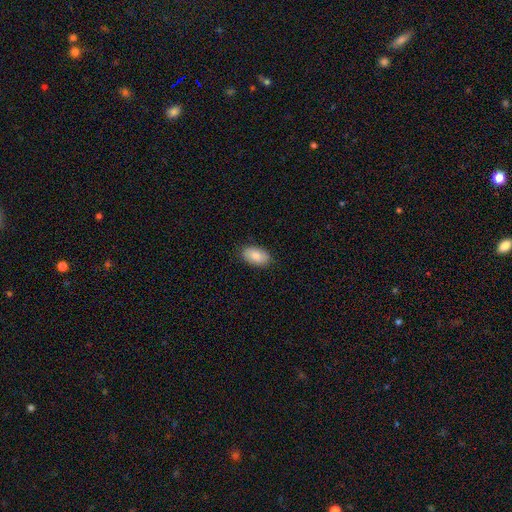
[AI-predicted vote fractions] smooth 86%, featured or disk 8%, star or artifact 6%. Down the decision tree: how rounded — in between (94%); merging — none (86%).